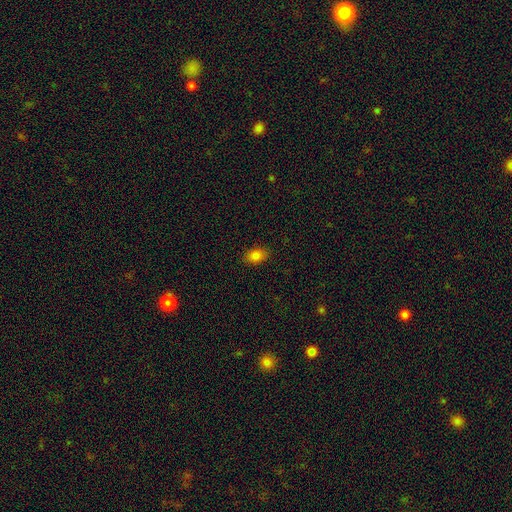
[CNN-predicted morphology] This is clearly a smooth galaxy (82%). How rounded: clearly in between (85%). Merging: clearly none (87%).